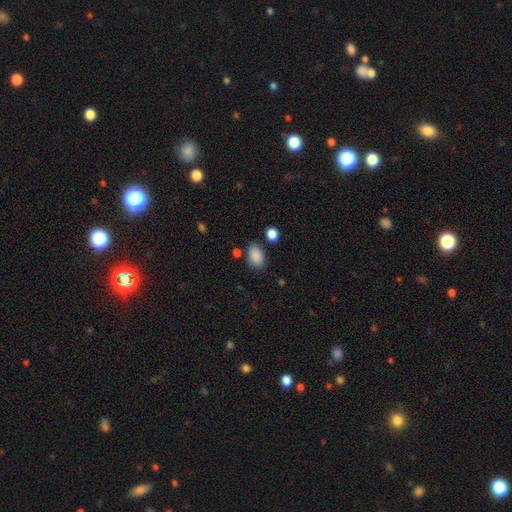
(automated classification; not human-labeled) smooth 88%, star or artifact 8%, featured or disk 4%. Down the decision tree: how rounded — in between (85%); merging — none (75%).